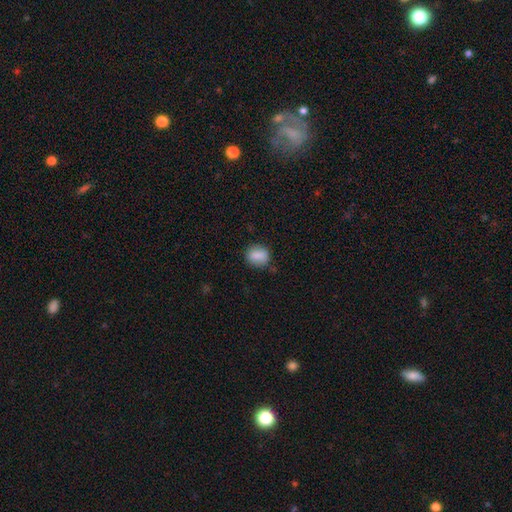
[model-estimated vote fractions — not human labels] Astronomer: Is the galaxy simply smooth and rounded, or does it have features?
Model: smooth — 84%.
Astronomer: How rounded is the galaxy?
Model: round — 60% (runner-up: in between, 39%).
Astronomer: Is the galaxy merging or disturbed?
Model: none — 78%.